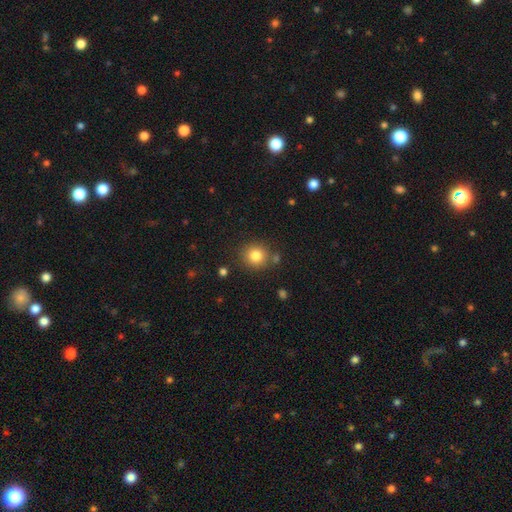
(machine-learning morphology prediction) Smooth or featured? Predicted: smooth (p=0.82). How rounded? Predicted: round (p=0.89). Merging? Predicted: none (p=0.83).